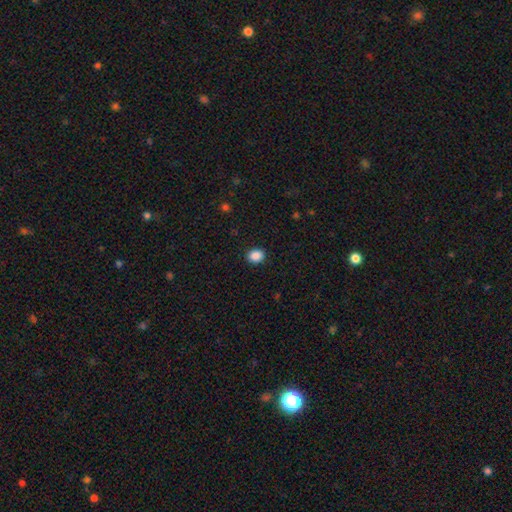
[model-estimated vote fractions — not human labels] A smooth galaxy with no disk features (88%) that is round (57%).

Vote fractions:
- Smooth or featured? smooth: 88% / star or artifact: 9% / featured or disk: 2%
- How rounded? round: 57% / in between: 42% / cigar-shaped: 1%
- Merging? none: 90% / minor disturbance: 7% / major disturbance: 2% / merger: 1%